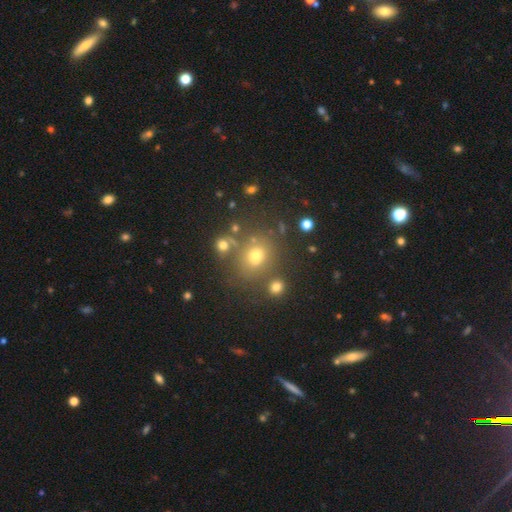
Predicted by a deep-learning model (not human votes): The model was most divided on "smooth or featured": smooth: 64%, star or artifact: 23%, featured or disk: 13%. More confident: how rounded — round (71%); merging — none (70%).